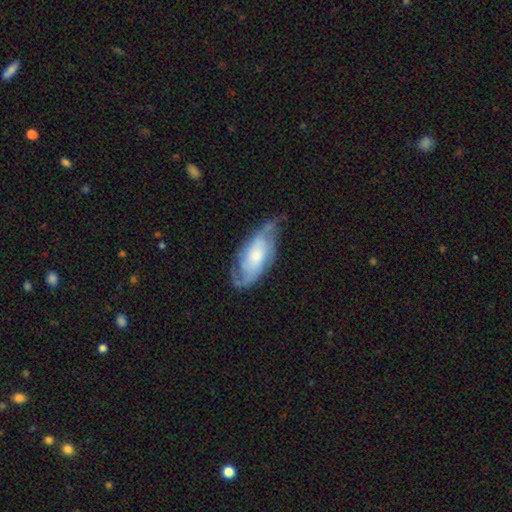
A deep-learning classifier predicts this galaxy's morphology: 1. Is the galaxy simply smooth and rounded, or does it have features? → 67% featured or disk, 27% smooth, 6% star or artifact.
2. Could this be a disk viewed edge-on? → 90% no, 10% yes.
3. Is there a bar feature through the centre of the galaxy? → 69% no, 25% weak, 6% strong.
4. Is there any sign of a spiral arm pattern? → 87% yes, 13% no.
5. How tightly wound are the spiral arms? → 42% medium, 35% tight, 22% loose.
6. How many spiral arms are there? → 56% 2, 27% can't tell, 8% 3, 5% 1, 3% 4, 2% more than 4.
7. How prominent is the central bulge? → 44% moderate, 33% small, 16% large, 6% none, 2% dominant.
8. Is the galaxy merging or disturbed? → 57% none, 29% minor disturbance, 12% major disturbance, 2% merger.